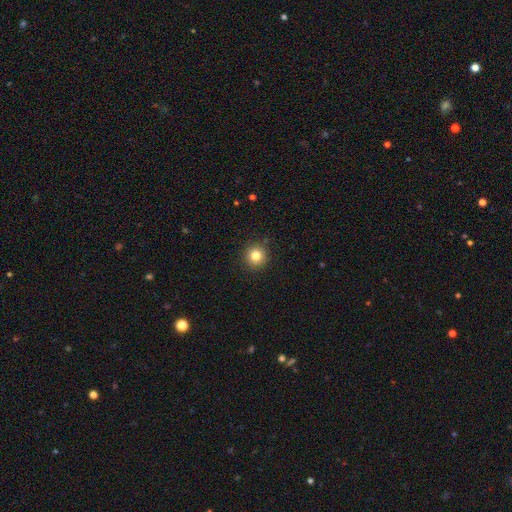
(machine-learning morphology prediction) Smooth or featured?
  - smooth: 82% *
  - star or artifact: 12%
  - featured or disk: 6%
How rounded?
  - round: 95% *
  - in between: 4%
  - cigar-shaped: 1%
Merging?
  - none: 91% *
  - minor disturbance: 6%
  - major disturbance: 2%
  - merger: 1%